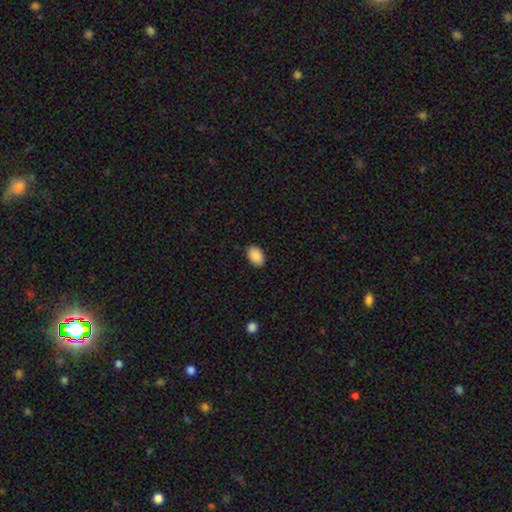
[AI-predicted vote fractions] smooth 90%, star or artifact 7%, featured or disk 3%. Down the decision tree: how rounded — in between (89%); merging — none (89%).